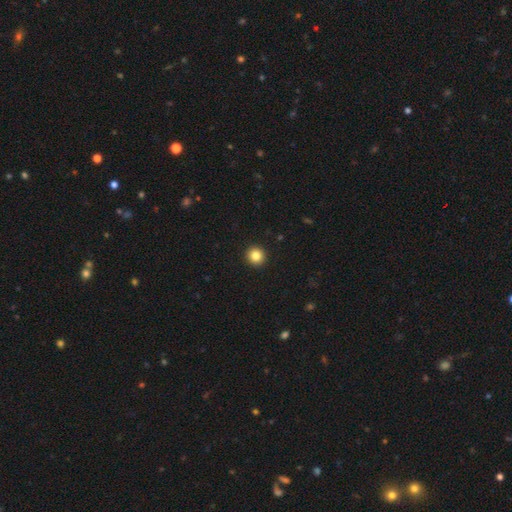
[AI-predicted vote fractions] Morphology: type=smooth (84%); roundness=round (94%); merging=none (94%).